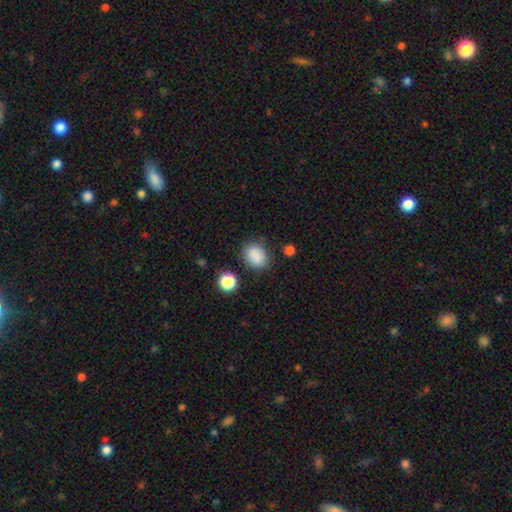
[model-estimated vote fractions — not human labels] The model was most divided on "how rounded": in between: 53%, round: 46%, cigar-shaped: 1%. More confident: smooth or featured — smooth (86%); merging — none (78%).